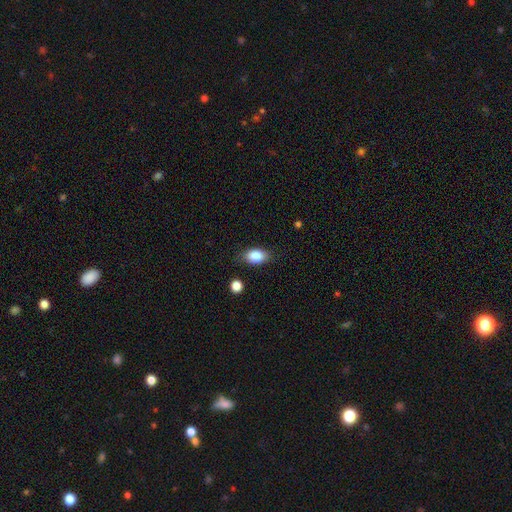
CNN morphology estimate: smooth_or_featured: smooth (p=0.86) [alt: star or artifact p=0.08]
how_rounded: in between (p=0.87) [alt: round p=0.10]
merging: none (p=0.80) [alt: minor disturbance p=0.14]